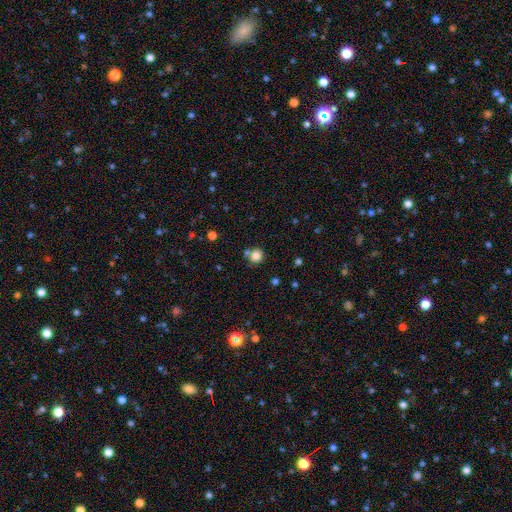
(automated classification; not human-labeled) Smooth or featured? smooth (82%)
How rounded? round (91%)
Merging? none (70%)